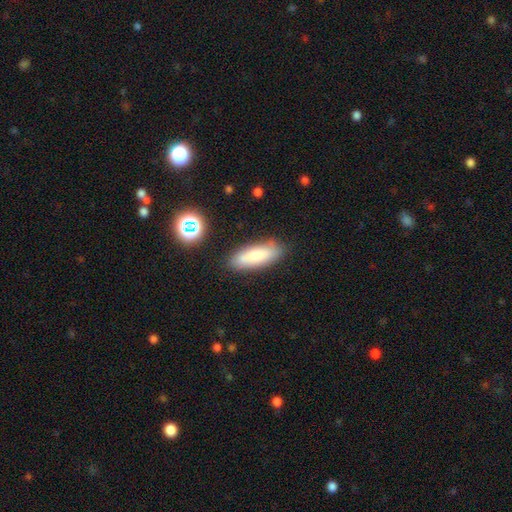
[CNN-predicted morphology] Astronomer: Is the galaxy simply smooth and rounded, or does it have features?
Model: smooth — 79%.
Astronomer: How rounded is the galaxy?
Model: in between — 65%.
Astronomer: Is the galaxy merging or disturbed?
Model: none — 82%.